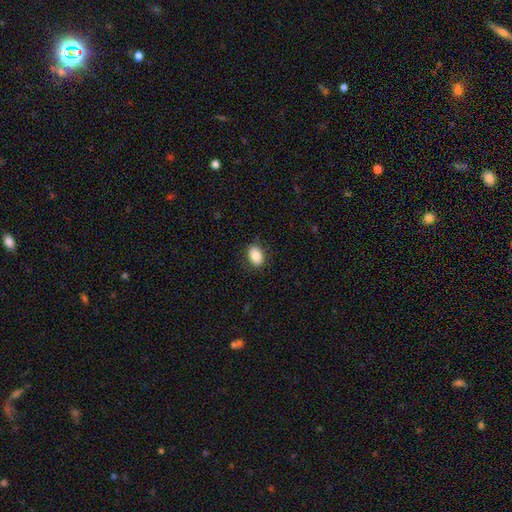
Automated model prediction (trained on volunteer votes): Smooth or featured: smooth — 84% (featured or disk — 8%)
How rounded: in between — 83% (round — 15%)
Merging: none — 86% (minor disturbance — 10%)